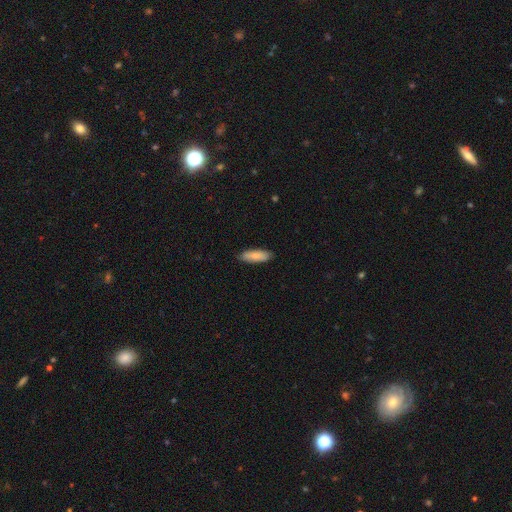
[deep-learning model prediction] Smooth or featured: smooth — 79% (featured or disk — 15%)
How rounded: in between — 58% (cigar-shaped — 40%)
Merging: none — 87% (minor disturbance — 10%)